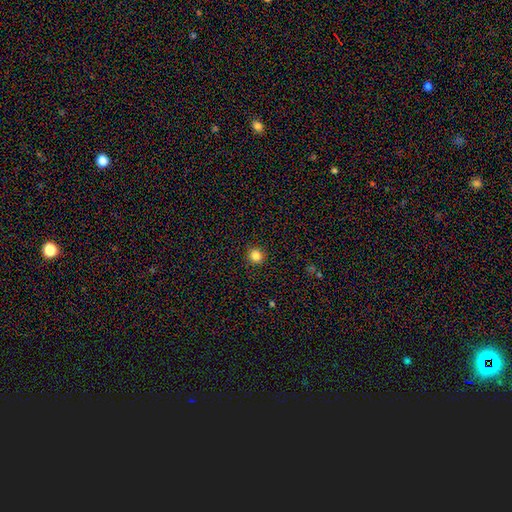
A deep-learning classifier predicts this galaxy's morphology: A smooth galaxy with no disk features (84%) that is round (91%). Merging: none (92%).